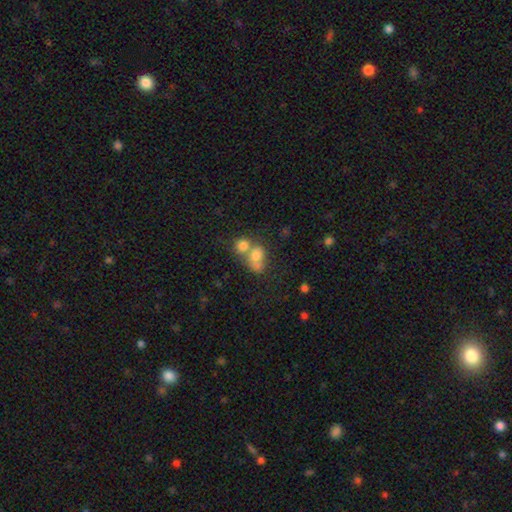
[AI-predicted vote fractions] A smooth galaxy with no disk features (71%) that is round (54%).

Vote fractions:
- Smooth or featured? smooth: 71% / featured or disk: 17% / star or artifact: 12%
- How rounded? round: 54% / in between: 44% / cigar-shaped: 1%
- Merging? merger: 61% / none: 25% / minor disturbance: 8% / major disturbance: 6%